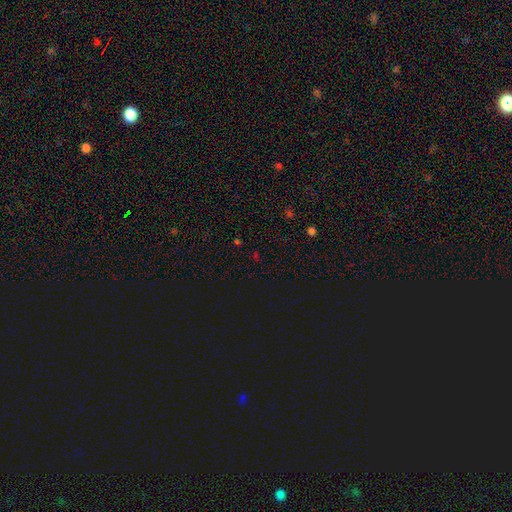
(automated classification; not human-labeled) Morphology: type=star or artifact (65%).